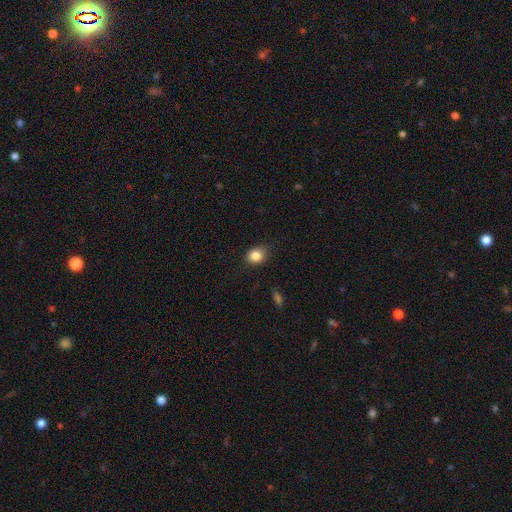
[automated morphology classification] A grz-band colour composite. It shows a smooth galaxy with no disk features (84%) that is round (57%). Merging: none (78%).